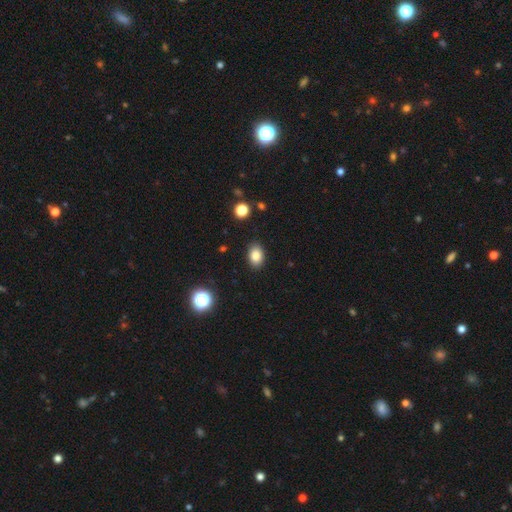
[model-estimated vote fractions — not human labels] This is clearly a smooth galaxy (84%). How rounded: clearly in between (81%). Merging: clearly none (88%).